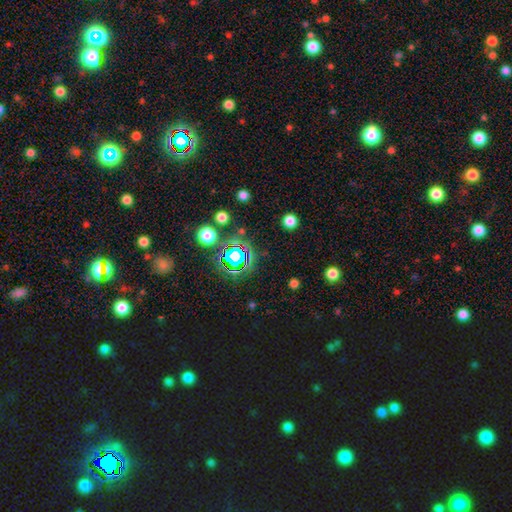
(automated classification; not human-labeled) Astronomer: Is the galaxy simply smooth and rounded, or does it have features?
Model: star or artifact — 77%.